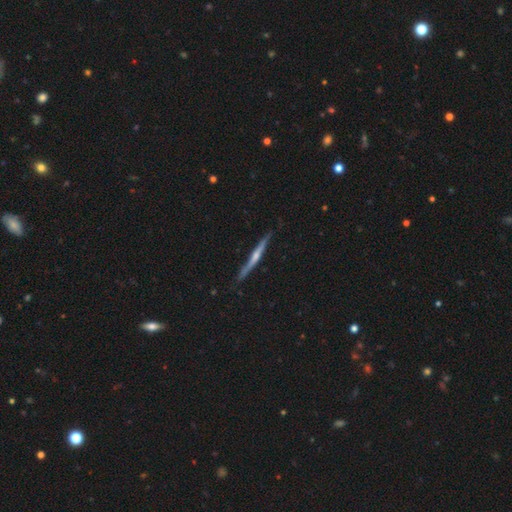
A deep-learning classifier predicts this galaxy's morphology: Overall: featured or disk (75%). Edge-on disk: yes (97%). Edge-on bulge: rounded (73%). Merging: none (84%).